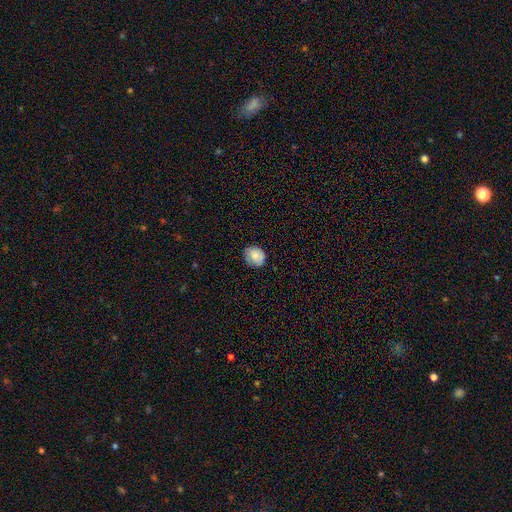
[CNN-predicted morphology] Smooth or featured? Predicted: smooth (p=0.85). How rounded? Predicted: round (p=0.60). Merging? Predicted: none (p=0.81).